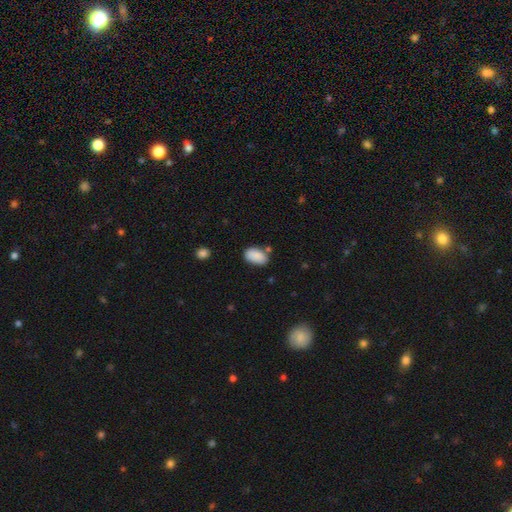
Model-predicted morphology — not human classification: Q: Smooth or featured?
A: smooth (88%); runner-up: star or artifact (7%)
Q: How rounded?
A: in between (92%); runner-up: round (7%)
Q: Merging?
A: none (71%); runner-up: minor disturbance (17%)